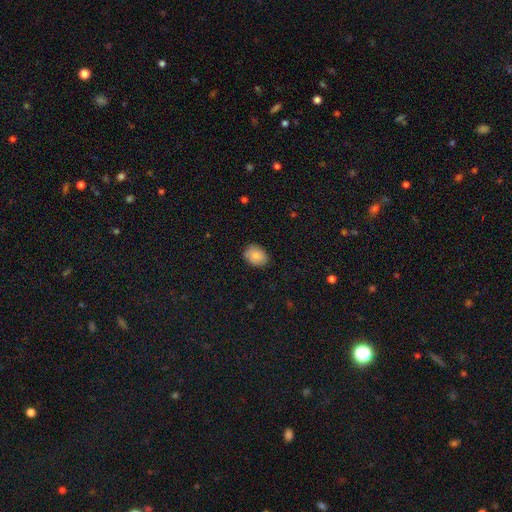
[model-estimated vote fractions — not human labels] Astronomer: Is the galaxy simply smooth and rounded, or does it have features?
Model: smooth — 81%.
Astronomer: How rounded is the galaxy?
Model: in between — 63%.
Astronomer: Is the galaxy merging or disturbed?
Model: none — 80%.